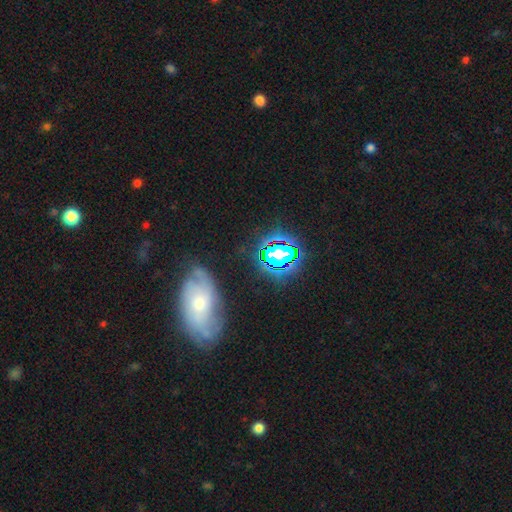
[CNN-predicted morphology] Overall: star or artifact (48%; featured or disk 29%).